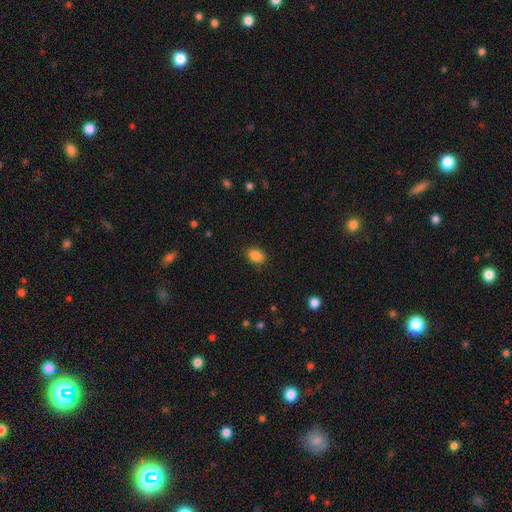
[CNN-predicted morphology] smooth 87%, star or artifact 9%, featured or disk 5%. Down the decision tree: how rounded — in between (80%); merging — none (87%).